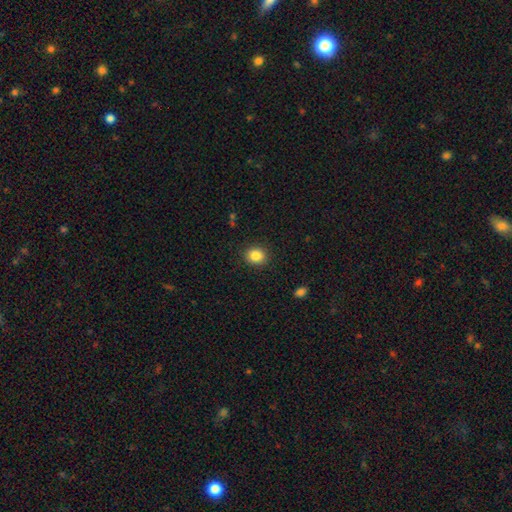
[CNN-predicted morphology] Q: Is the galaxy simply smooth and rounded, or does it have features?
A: smooth — 85%.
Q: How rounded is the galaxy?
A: round — 72%.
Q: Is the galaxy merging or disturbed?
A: none — 90%.